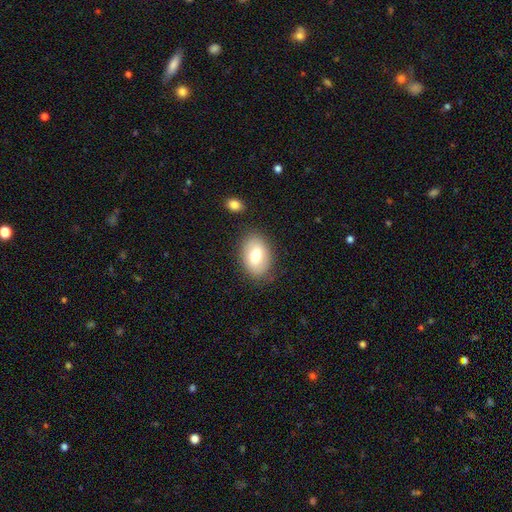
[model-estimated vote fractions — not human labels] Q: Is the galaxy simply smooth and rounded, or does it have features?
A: smooth — 74%.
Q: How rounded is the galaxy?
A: in between — 84%.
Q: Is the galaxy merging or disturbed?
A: none — 81%.